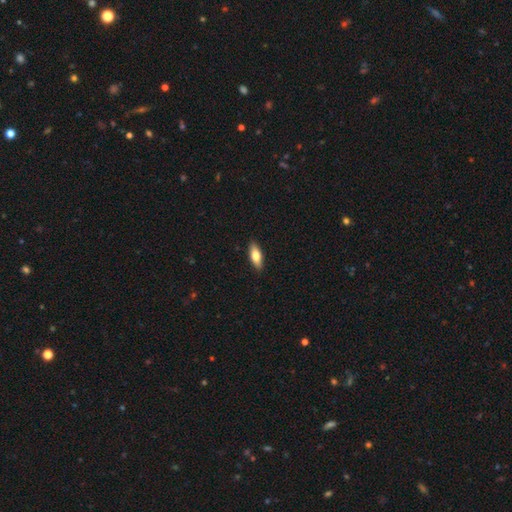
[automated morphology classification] This is likely a smooth galaxy (73%). How rounded: likely in between (68%). Merging: clearly none (89%).